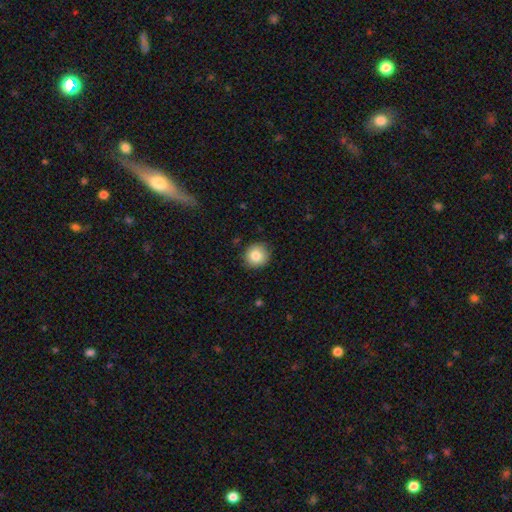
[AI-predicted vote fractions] Smooth or featured: smooth — 84% (star or artifact — 9%)
How rounded: round — 91% (in between — 8%)
Merging: none — 88% (minor disturbance — 9%)